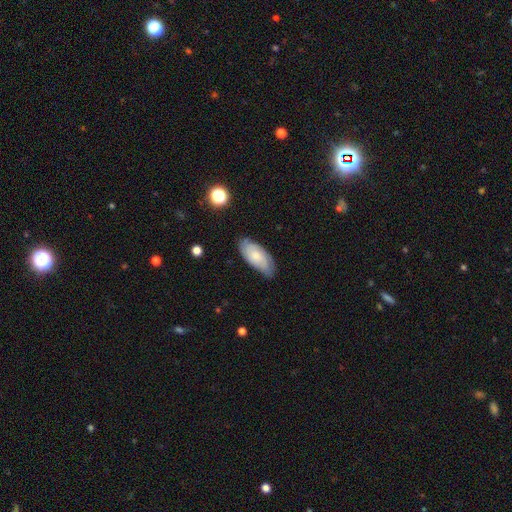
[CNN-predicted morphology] Overall: smooth (57%; featured or disk 36%). How rounded: in between (88%). Merging: none (73%).